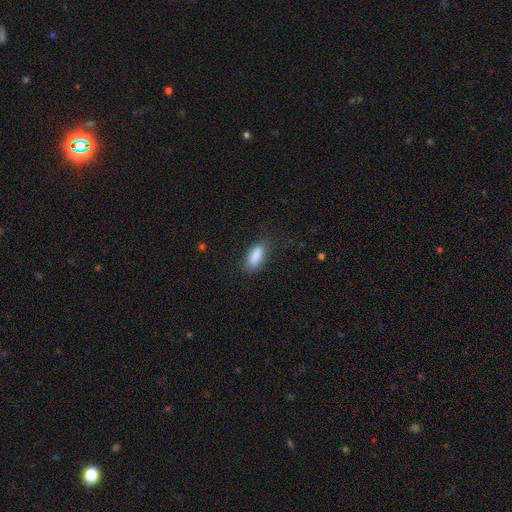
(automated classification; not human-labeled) This appears to be a smooth galaxy with no disk features (87%) that is in between round and cigar-shaped (75%). Merging: none (77%).